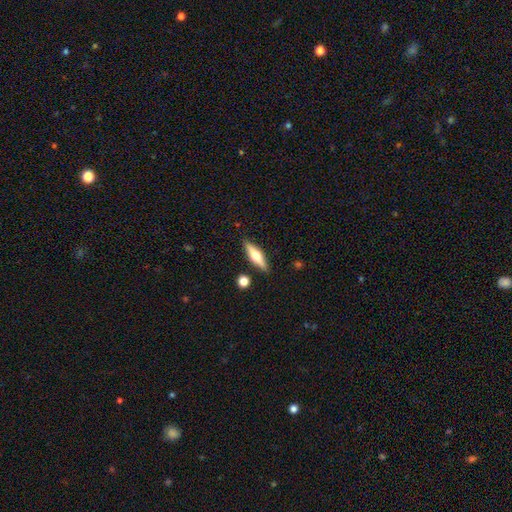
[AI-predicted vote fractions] Smooth or featured? featured or disk (52%)
Edge-on disk? yes (93%)
Merging? none (87%)